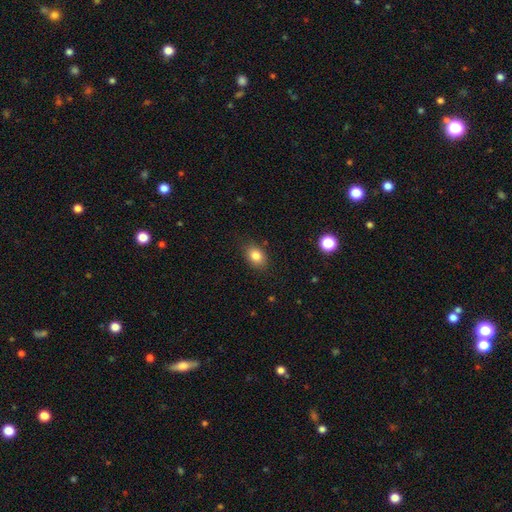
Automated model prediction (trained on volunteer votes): Smooth or featured? Predicted: smooth (p=0.84). How rounded? Predicted: in between (p=0.76). Merging? Predicted: none (p=0.83).